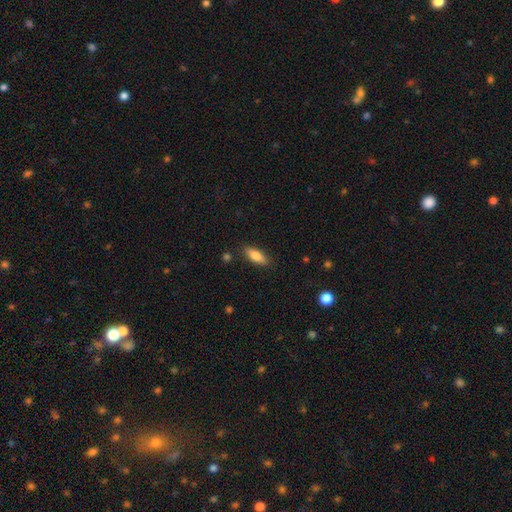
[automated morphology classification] smooth_or_featured: smooth (p=0.80) [alt: featured or disk p=0.13]
how_rounded: in between (p=0.67) [alt: cigar-shaped p=0.31]
merging: none (p=0.85) [alt: minor disturbance p=0.11]